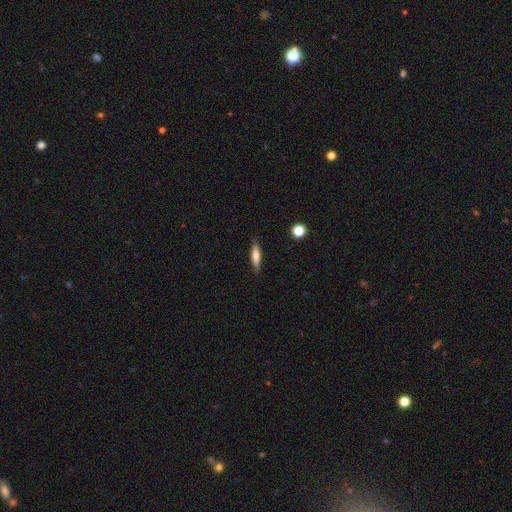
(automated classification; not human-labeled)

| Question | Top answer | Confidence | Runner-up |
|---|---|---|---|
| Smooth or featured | smooth | 60% | featured or disk (33%) |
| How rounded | cigar-shaped | 75% | in between (23%) |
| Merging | none | 87% | minor disturbance (9%) |